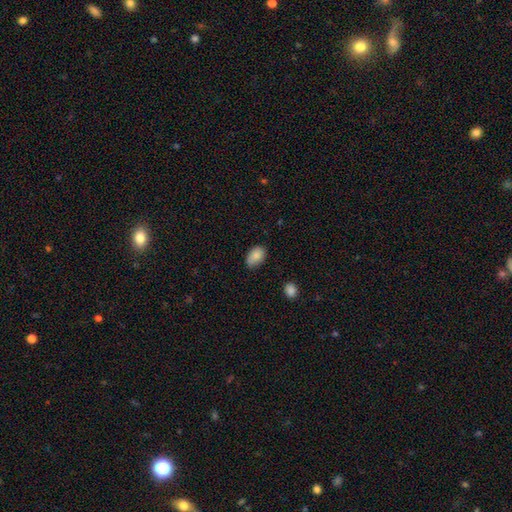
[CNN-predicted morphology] Smooth or featured?
  - smooth: 87% *
  - star or artifact: 8%
  - featured or disk: 6%
How rounded?
  - in between: 87% *
  - round: 12%
  - cigar-shaped: 1%
Merging?
  - none: 73% *
  - minor disturbance: 22%
  - major disturbance: 4%
  - merger: 1%